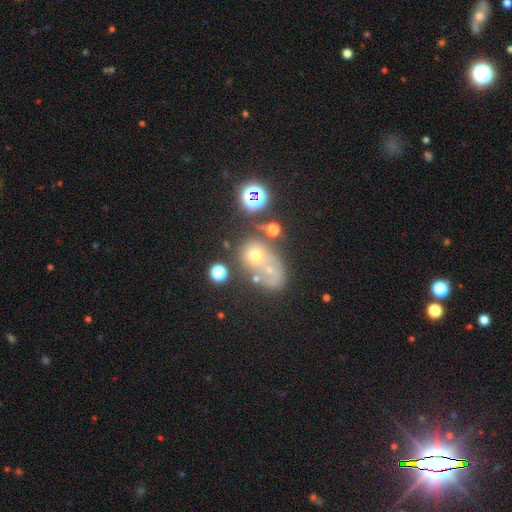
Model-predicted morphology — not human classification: Q: Smooth or featured?
A: smooth (47%); runner-up: star or artifact (28%)
Q: Merging?
A: merger (42%); runner-up: none (32%)